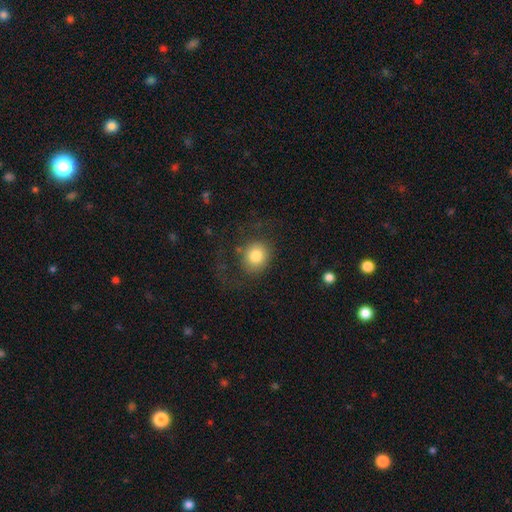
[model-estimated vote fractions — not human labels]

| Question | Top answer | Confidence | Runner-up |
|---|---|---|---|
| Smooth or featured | smooth | 79% | featured or disk (11%) |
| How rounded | round | 76% | in between (23%) |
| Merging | none | 68% | major disturbance (16%) |